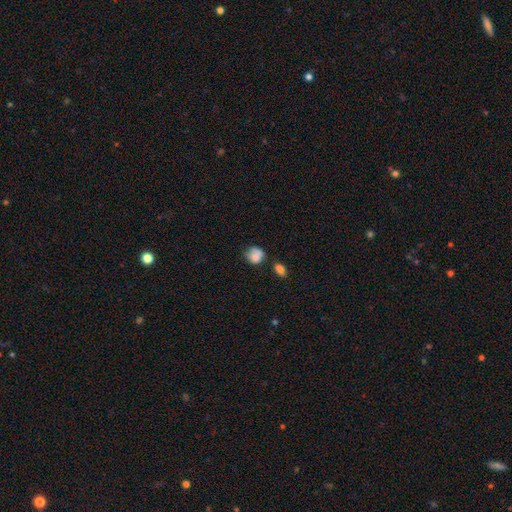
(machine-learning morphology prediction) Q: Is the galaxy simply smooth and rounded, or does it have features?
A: smooth — 77%.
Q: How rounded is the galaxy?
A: round — 64%.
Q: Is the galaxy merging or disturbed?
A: none — 41%.